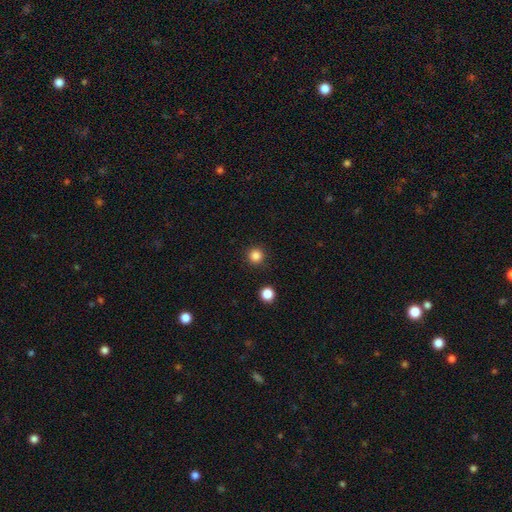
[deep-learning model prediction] This appears to be a smooth galaxy with no disk features (84%) that is round (96%). Merging: none (91%).